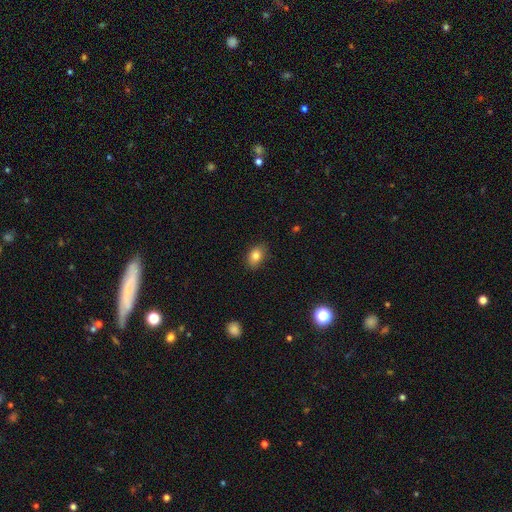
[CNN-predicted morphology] Smooth or featured: smooth — 83% (star or artifact — 9%)
How rounded: in between — 80% (round — 18%)
Merging: none — 84% (minor disturbance — 12%)